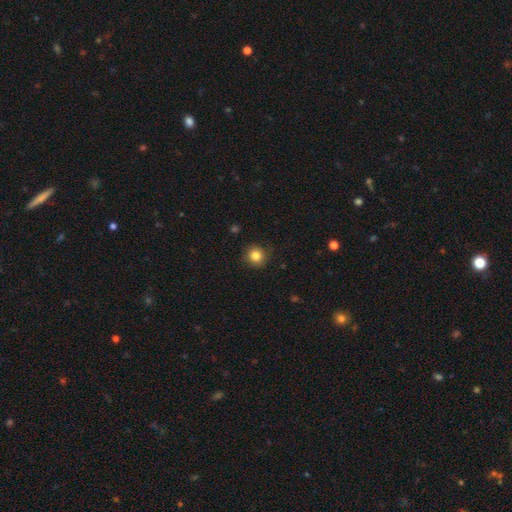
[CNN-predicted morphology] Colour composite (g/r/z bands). It shows a smooth galaxy with no disk features (84%) that is round (91%). Merging: none (89%).